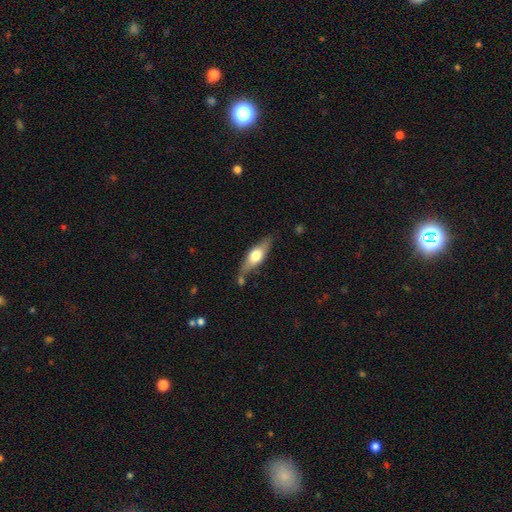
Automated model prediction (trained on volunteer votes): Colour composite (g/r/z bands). It shows a smooth galaxy with no disk features (48%). Merging: none (66%).